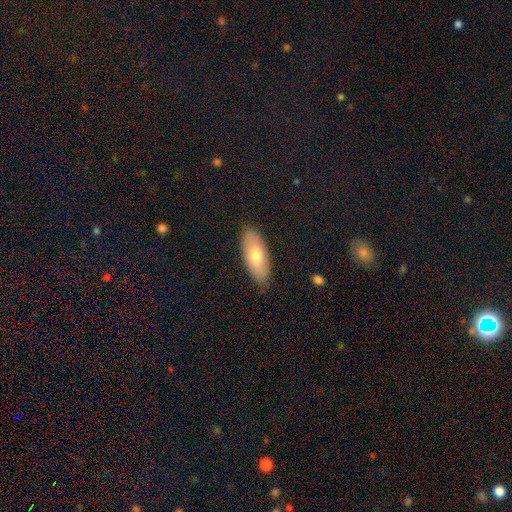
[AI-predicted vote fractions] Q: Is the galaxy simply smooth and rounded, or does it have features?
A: smooth — 70%.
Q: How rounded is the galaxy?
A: in between — 83%.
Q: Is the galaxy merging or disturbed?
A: none — 85%.